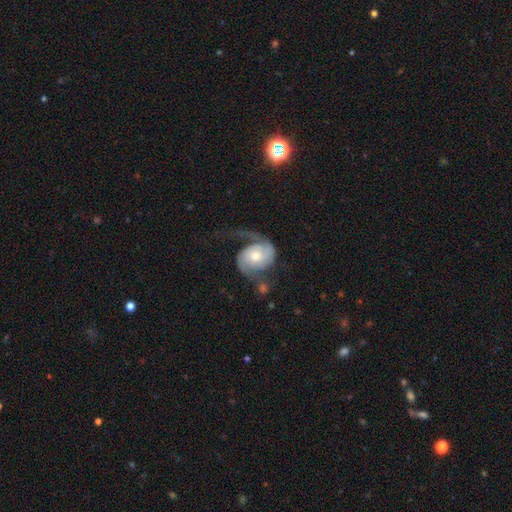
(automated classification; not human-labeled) featured or disk 83%, smooth 12%, star or artifact 5%. Down the decision tree: edge-on disk — no (98%); bar — no (62%); spiral arms — yes (96%); spiral arm count — 2 (83%); spiral winding — loose (48%); bulge size — moderate (62%); merging — none (47%).